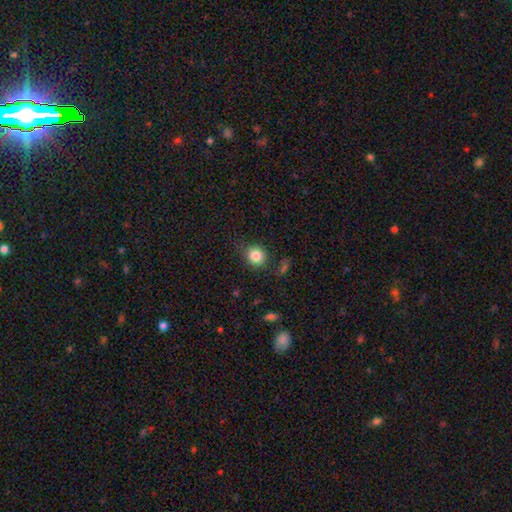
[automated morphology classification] Q: Smooth or featured?
A: smooth (84%); runner-up: star or artifact (10%)
Q: How rounded?
A: round (87%); runner-up: in between (12%)
Q: Merging?
A: none (77%); runner-up: minor disturbance (15%)